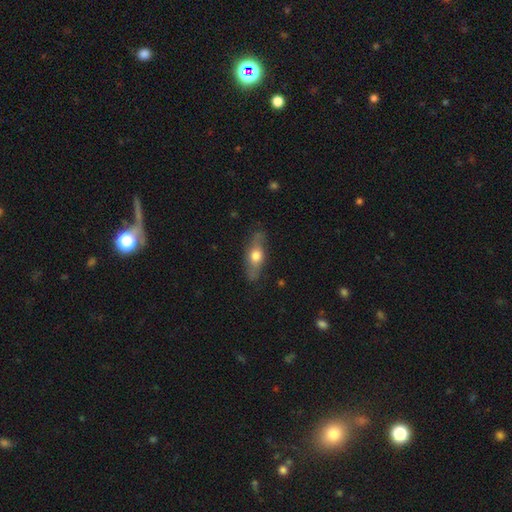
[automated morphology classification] Smooth or featured? smooth (53%)
How rounded? in between (56%)
Merging? none (79%)